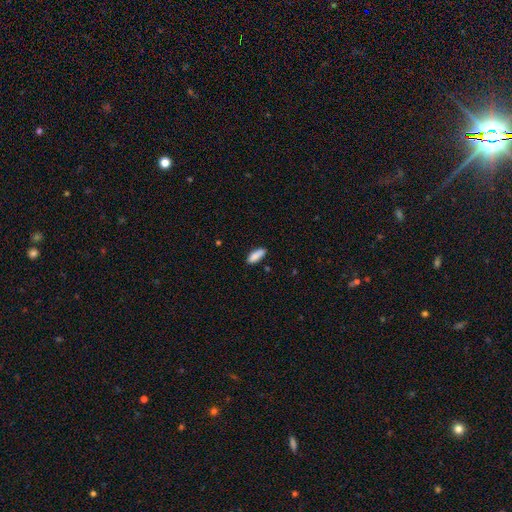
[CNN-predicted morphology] The model was most divided on "how rounded": in between: 68%, cigar-shaped: 30%, round: 2%. More confident: smooth or featured — smooth (88%); merging — none (80%).